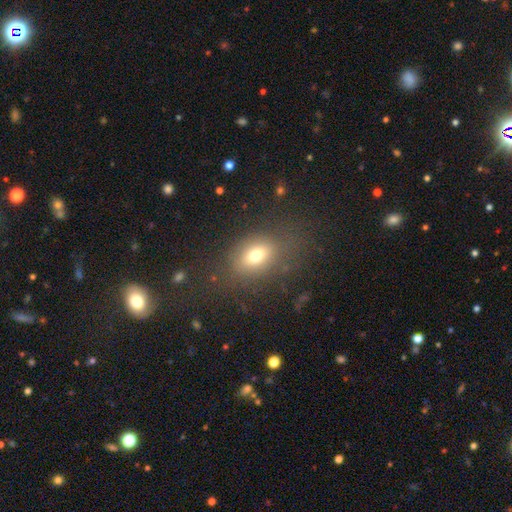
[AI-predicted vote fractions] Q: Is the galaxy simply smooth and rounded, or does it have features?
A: smooth — 71%.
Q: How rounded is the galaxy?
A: in between — 71%.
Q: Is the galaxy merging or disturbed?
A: none — 68%.